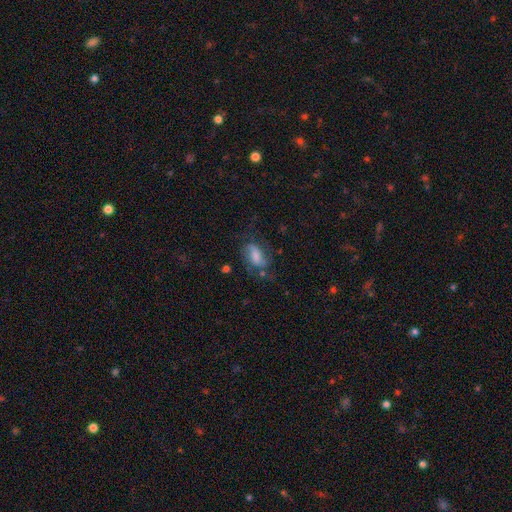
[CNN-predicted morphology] A smooth galaxy with no disk features (46%).

Vote fractions:
- Smooth or featured? smooth: 46% / featured or disk: 44% / star or artifact: 10%
- Merging? none: 48% / minor disturbance: 25% / major disturbance: 23% / merger: 4%